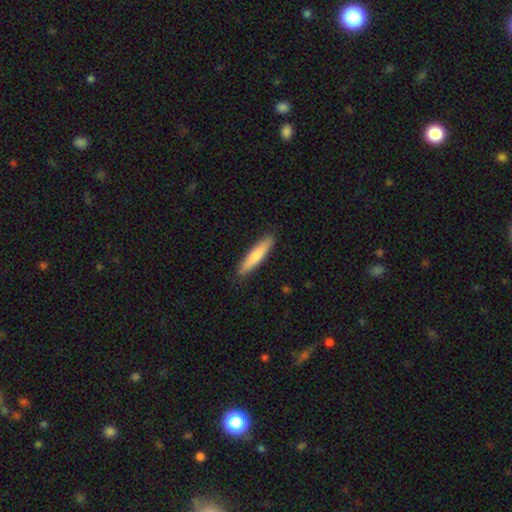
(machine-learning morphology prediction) A smooth galaxy with no disk features (71%) that is cigar-shaped (86%).

Vote fractions:
- Smooth or featured? smooth: 71% / featured or disk: 24% / star or artifact: 5%
- How rounded? cigar-shaped: 86% / in between: 12% / round: 1%
- Merging? none: 89% / minor disturbance: 8% / major disturbance: 2% / merger: 1%